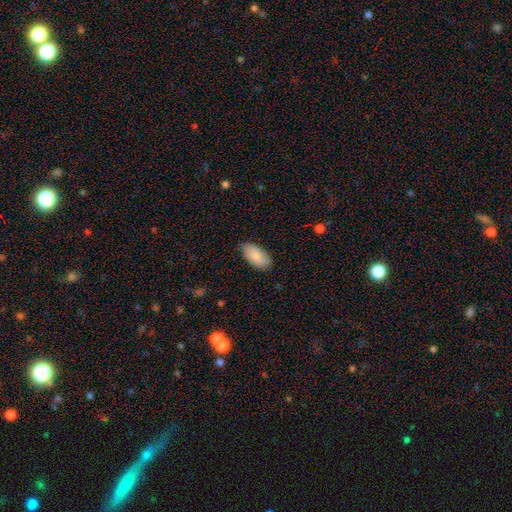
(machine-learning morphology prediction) Smooth or featured: smooth — 84% (featured or disk — 10%)
How rounded: in between — 95% (cigar-shaped — 3%)
Merging: none — 82% (minor disturbance — 15%)